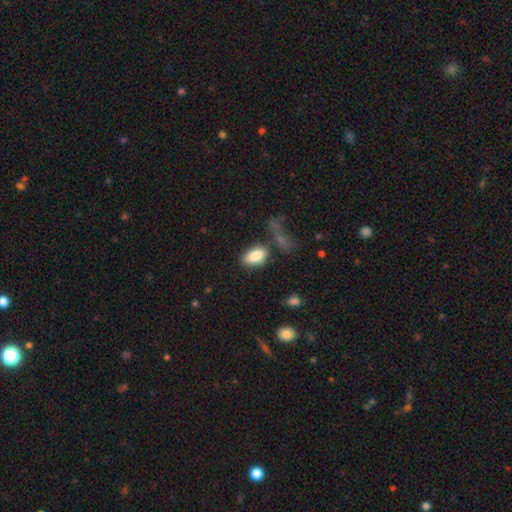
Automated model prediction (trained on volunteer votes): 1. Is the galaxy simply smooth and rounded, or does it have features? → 85% smooth, 8% featured or disk, 7% star or artifact.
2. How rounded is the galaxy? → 92% in between, 5% round, 3% cigar-shaped.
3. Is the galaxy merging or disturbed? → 58% none, 18% minor disturbance, 14% merger, 10% major disturbance.